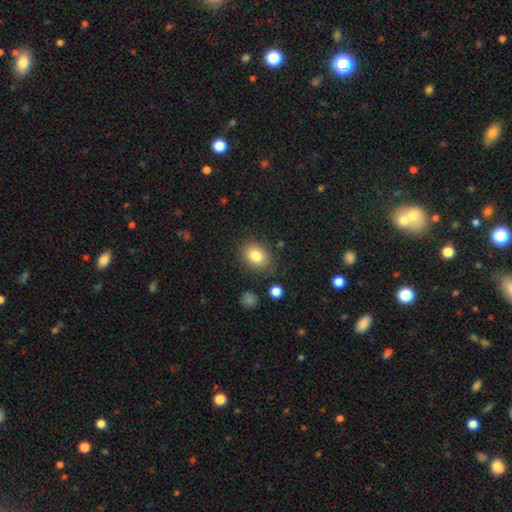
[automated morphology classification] type=smooth (82%); roundness=in between (60%); merging=none (79%).